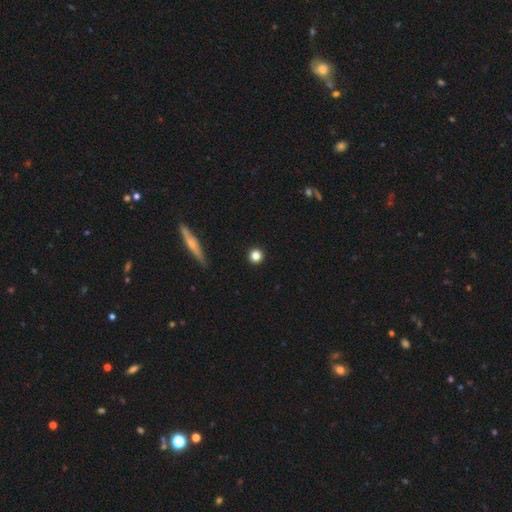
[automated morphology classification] Smooth or featured? smooth (83%)
How rounded? round (95%)
Merging? none (93%)